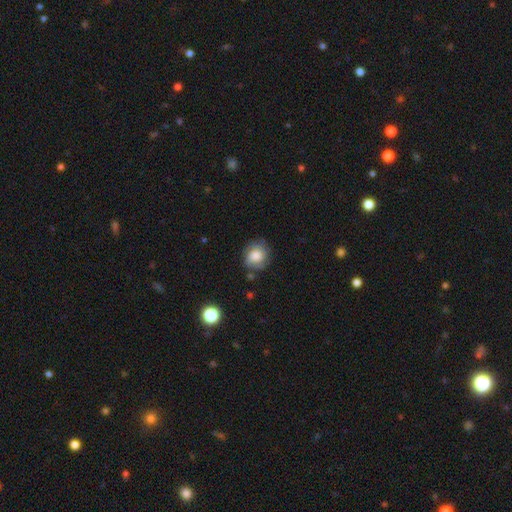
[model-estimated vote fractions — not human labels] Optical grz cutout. It shows a smooth galaxy with no disk features (62%) that is round (77%). Merging: none (69%).